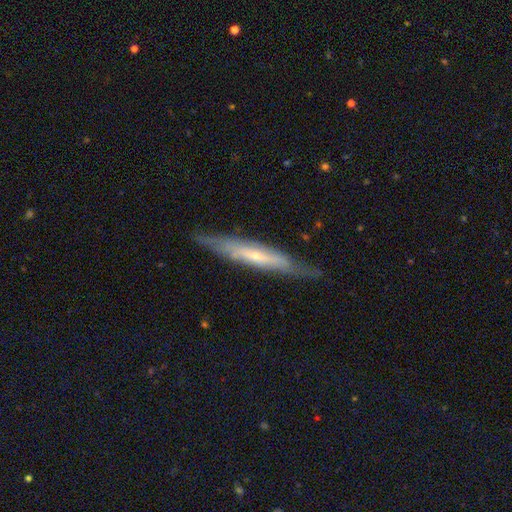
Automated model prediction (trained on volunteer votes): Overall: featured or disk (64%; smooth 30%). Edge-on disk: yes (79%). Edge-on bulge: none (46%, tied with rounded). Merging: none (77%).